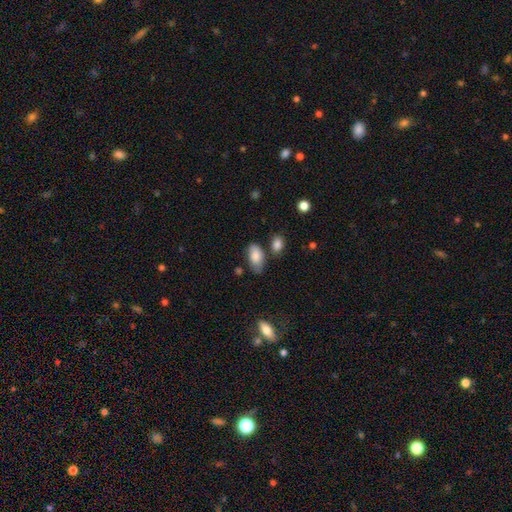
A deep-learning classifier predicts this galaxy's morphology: Smooth or featured: smooth — 83% (featured or disk — 10%)
How rounded: in between — 93% (round — 5%)
Merging: none — 62% (minor disturbance — 24%)